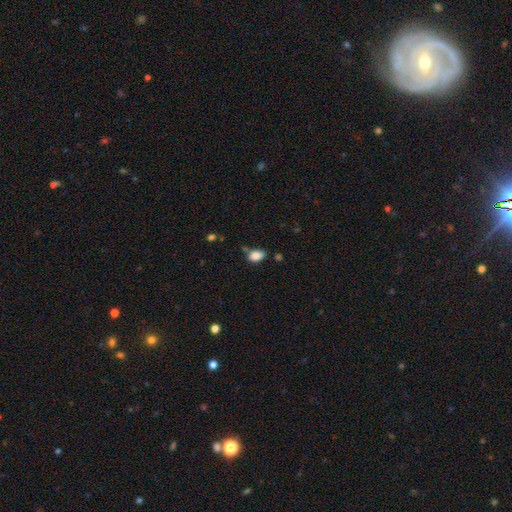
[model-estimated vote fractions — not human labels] This is clearly a smooth galaxy (86%). How rounded: clearly in between (85%). Merging: likely none (64%).